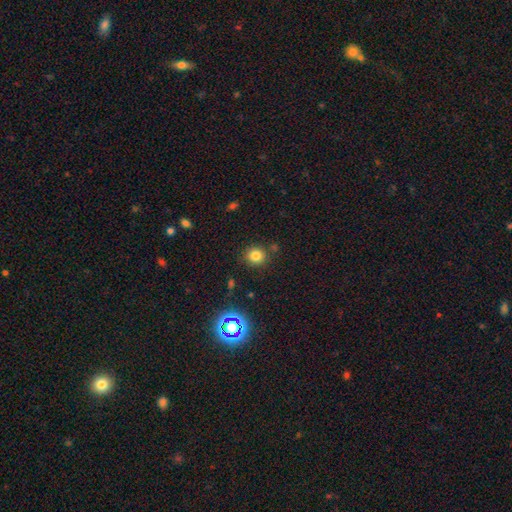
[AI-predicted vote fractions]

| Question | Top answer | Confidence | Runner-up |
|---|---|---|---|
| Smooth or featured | smooth | 78% | star or artifact (15%) |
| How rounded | round | 88% | in between (11%) |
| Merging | none | 83% | minor disturbance (9%) |